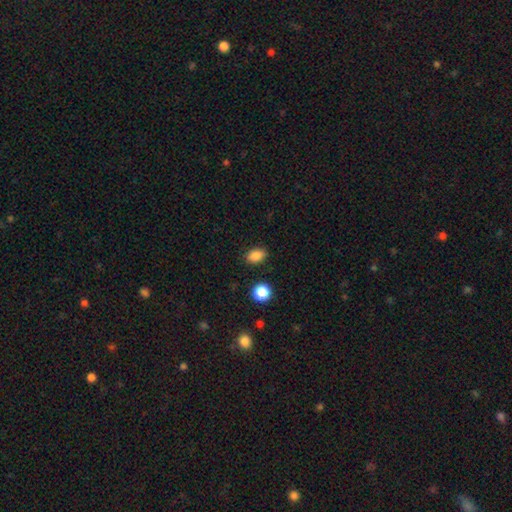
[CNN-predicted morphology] smooth-or-featured: smooth: 86% | star or artifact: 10% | featured or disk: 4%
  how-rounded: in between: 79% | round: 19% | cigar-shaped: 2%
  merging: none: 86% | minor disturbance: 9% | major disturbance: 2% | merger: 2%